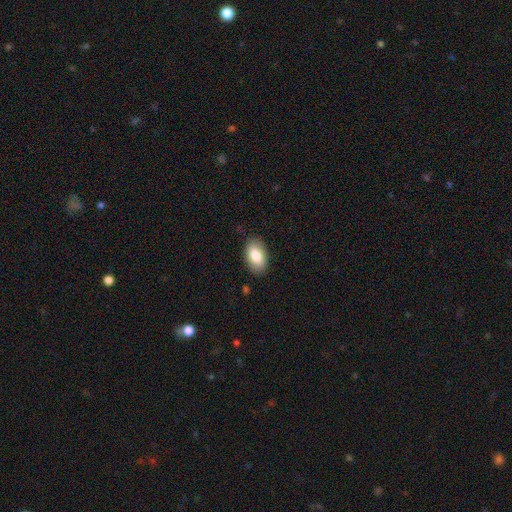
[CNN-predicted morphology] Overall: smooth (82%). How rounded: in between (94%). Merging: none (86%).